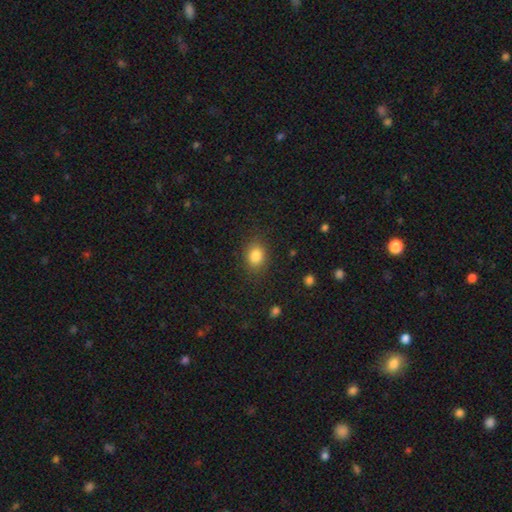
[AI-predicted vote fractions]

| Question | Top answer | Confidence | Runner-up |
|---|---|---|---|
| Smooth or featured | smooth | 84% | star or artifact (10%) |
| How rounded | in between | 52% | round (47%) |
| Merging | none | 84% | minor disturbance (11%) |